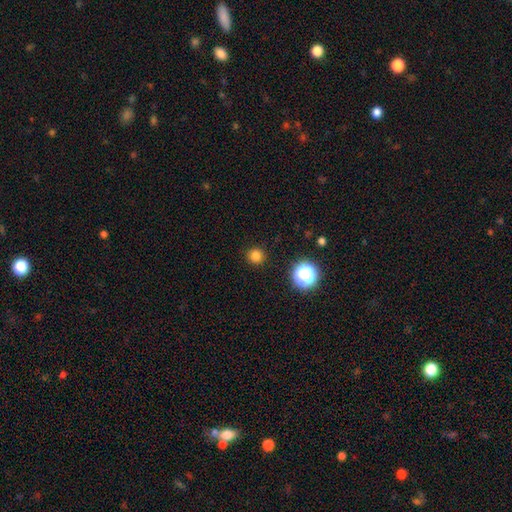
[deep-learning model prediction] Smooth or featured: smooth — 80% (star or artifact — 16%)
How rounded: round — 95% (in between — 4%)
Merging: none — 92% (minor disturbance — 5%)